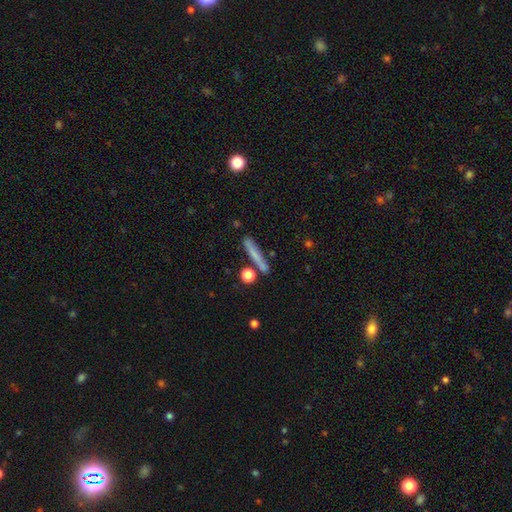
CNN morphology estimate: Smooth or featured? Predicted: smooth (p=0.66). How rounded? Predicted: cigar-shaped (p=0.89). Merging? Predicted: none (p=0.77).